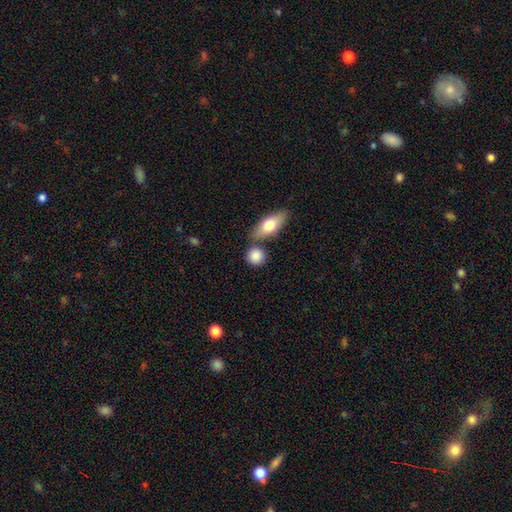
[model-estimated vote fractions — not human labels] This is clearly a smooth galaxy (86%). How rounded: likely round (73%). Merging: likely none (66%).